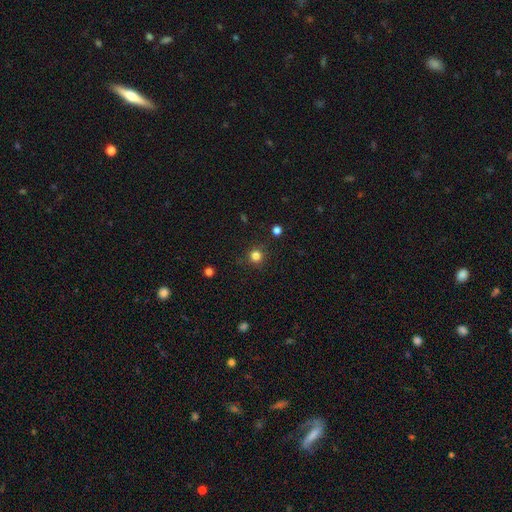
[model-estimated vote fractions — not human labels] smooth-or-featured: smooth: 79% | star or artifact: 16% | featured or disk: 5%
  how-rounded: round: 93% | in between: 6% | cigar-shaped: 1%
  merging: none: 87% | minor disturbance: 8% | major disturbance: 3% | merger: 2%